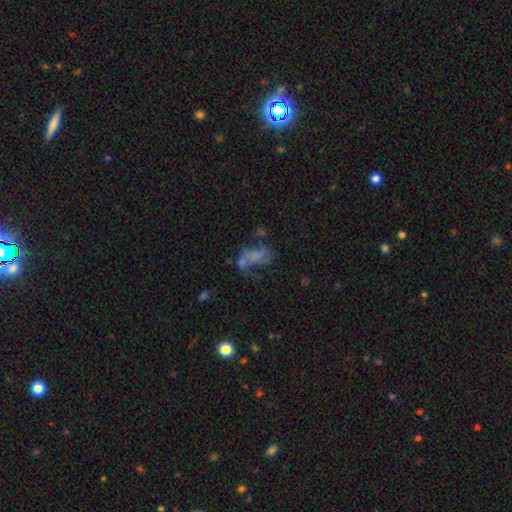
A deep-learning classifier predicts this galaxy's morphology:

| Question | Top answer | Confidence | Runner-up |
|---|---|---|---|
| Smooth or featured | featured or disk | 44% | smooth (40%) |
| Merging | major disturbance | 35% | none (25%) |